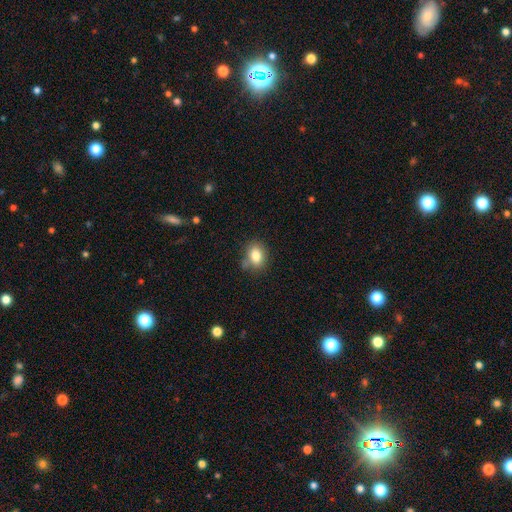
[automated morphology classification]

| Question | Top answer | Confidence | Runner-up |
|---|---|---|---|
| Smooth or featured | smooth | 82% | star or artifact (10%) |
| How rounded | in between | 60% | round (39%) |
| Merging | none | 72% | minor disturbance (17%) |